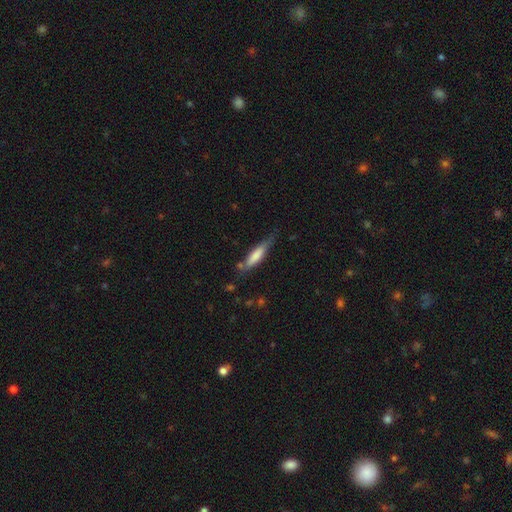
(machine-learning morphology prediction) This appears to be a smooth galaxy with no disk features (69%) that is cigar-shaped (73%). Merging: none (60%).